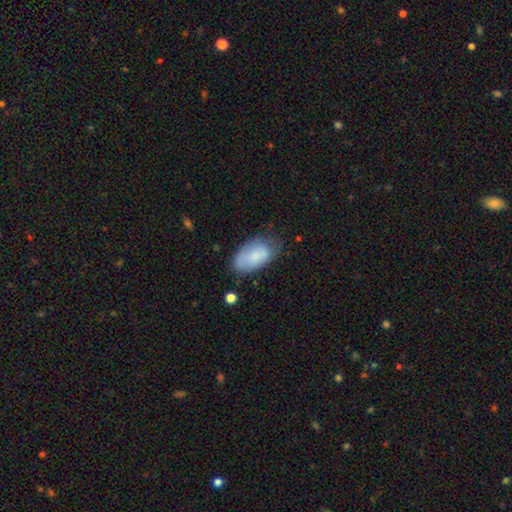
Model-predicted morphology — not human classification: Q: Smooth or featured?
A: smooth (76%); runner-up: featured or disk (17%)
Q: How rounded?
A: in between (94%); runner-up: round (4%)
Q: Merging?
A: none (56%); runner-up: minor disturbance (31%)